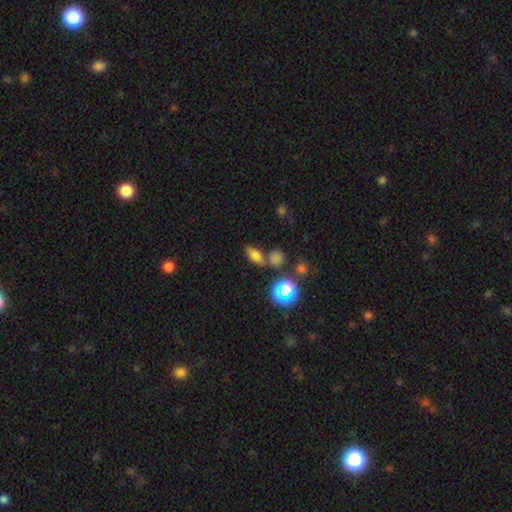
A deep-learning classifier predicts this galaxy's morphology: type=smooth (66%); roundness=in between (70%); merging=none (59%).